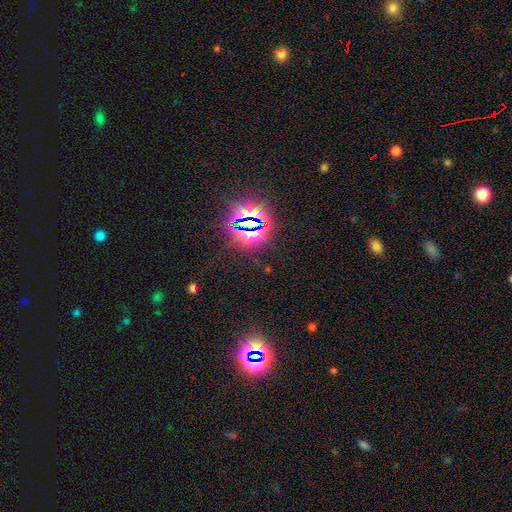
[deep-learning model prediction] Smooth or featured? star or artifact (82%)